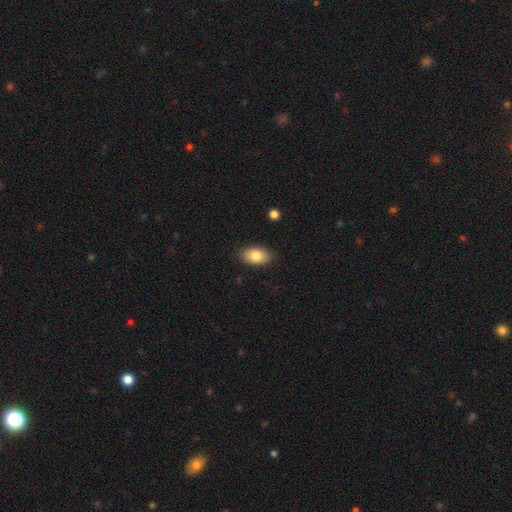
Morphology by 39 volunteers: type=smooth (82%); roundness=in between (94%); merging=none (86%).